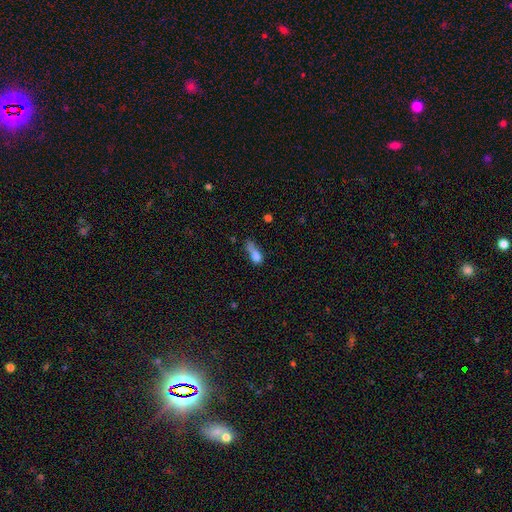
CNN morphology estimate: The model was most divided on "merging": major disturbance: 30%, merger: 25%, minor disturbance: 22%, none: 22%. More confident: smooth or featured — smooth (70%); how rounded — in between (64%).